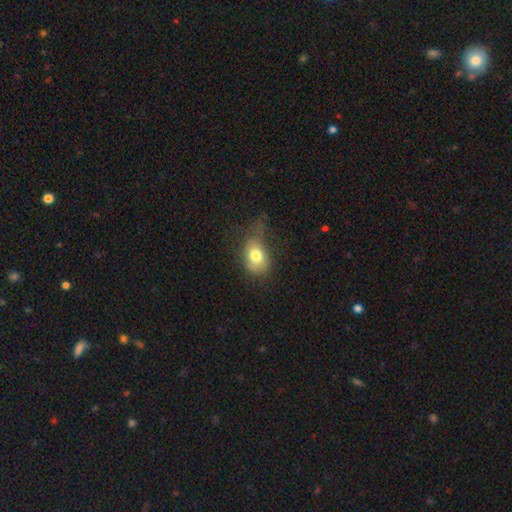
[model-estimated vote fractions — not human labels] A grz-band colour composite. It shows a smooth galaxy with no disk features (75%) that is in between round and cigar-shaped (69%). Merging: none (36%).